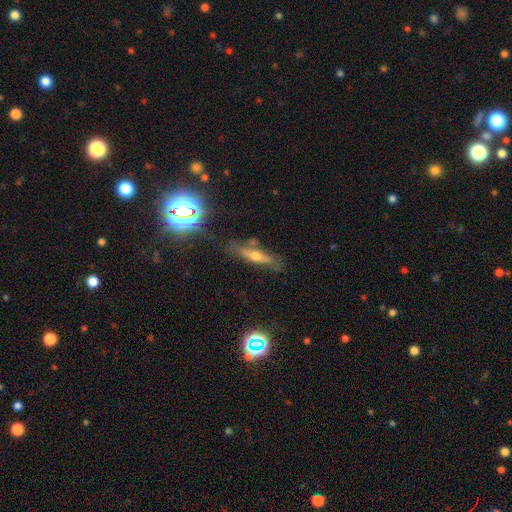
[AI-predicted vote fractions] A featured or disk galaxy (49%).

Vote fractions:
- Smooth or featured? featured or disk: 49% / smooth: 34% / star or artifact: 17%
- Merging? none: 69% / minor disturbance: 19% / major disturbance: 7% / merger: 5%